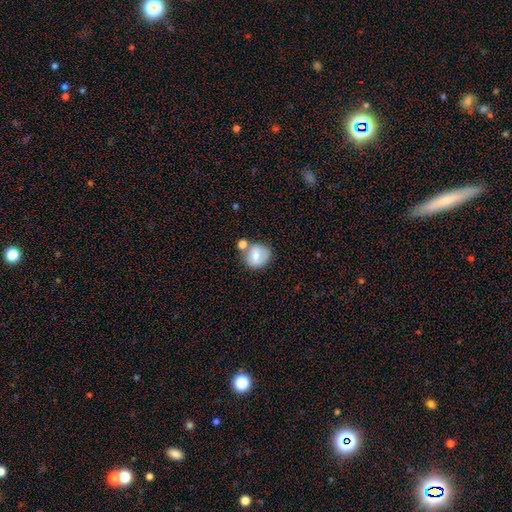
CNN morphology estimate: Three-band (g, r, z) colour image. It shows a smooth galaxy with no disk features (68%) that is round (82%). Merging: none (53%).